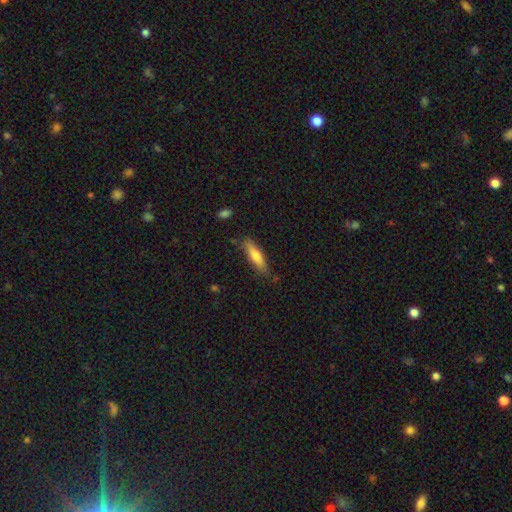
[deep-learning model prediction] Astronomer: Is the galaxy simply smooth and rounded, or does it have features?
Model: smooth — 70%.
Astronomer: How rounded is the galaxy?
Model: cigar-shaped — 68%.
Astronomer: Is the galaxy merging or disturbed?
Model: none — 79%.